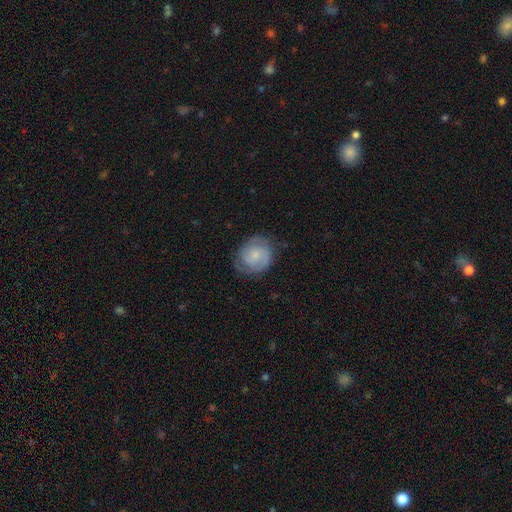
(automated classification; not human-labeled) This appears to be a smooth galaxy with no disk features (48%). Merging: none (70%).